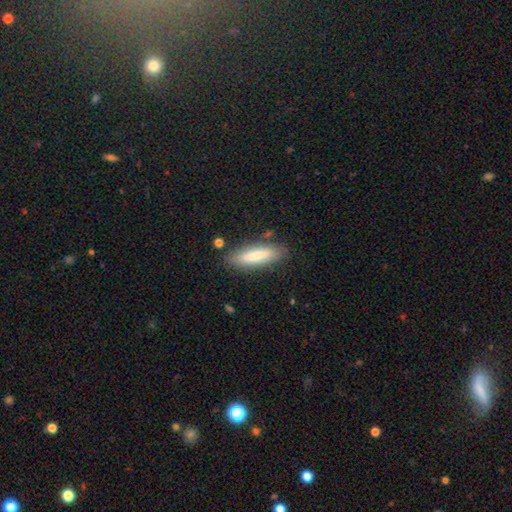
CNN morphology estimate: Smooth or featured? Predicted: smooth (p=0.78). How rounded? Predicted: cigar-shaped (p=0.62). Merging? Predicted: none (p=0.82).